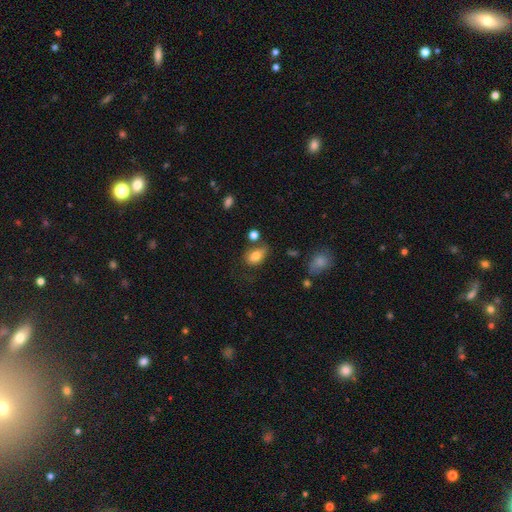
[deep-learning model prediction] smooth-or-featured: smooth: 77% | featured or disk: 13% | star or artifact: 9%
  how-rounded: in between: 85% | round: 12% | cigar-shaped: 3%
  merging: none: 49% | minor disturbance: 29% | major disturbance: 13% | merger: 10%